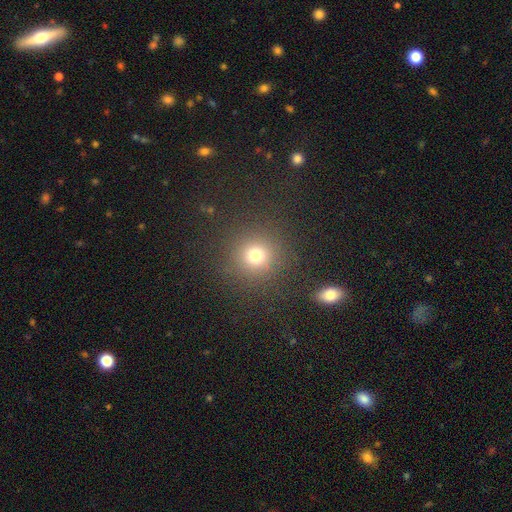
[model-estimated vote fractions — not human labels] smooth-or-featured: smooth: 73% | star or artifact: 20% | featured or disk: 7%
  how-rounded: round: 93% | in between: 6% | cigar-shaped: 1%
  merging: none: 87% | minor disturbance: 7% | major disturbance: 4% | merger: 2%